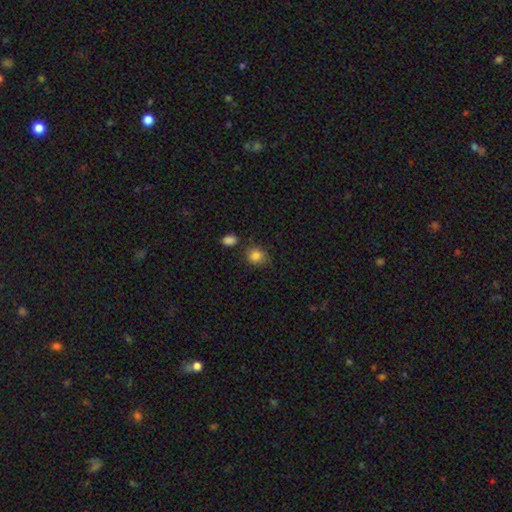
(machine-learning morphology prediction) A smooth galaxy with no disk features (85%) that is round (69%).

Vote fractions:
- Smooth or featured? smooth: 85% / star or artifact: 10% / featured or disk: 5%
- How rounded? round: 69% / in between: 30% / cigar-shaped: 1%
- Merging? none: 73% / minor disturbance: 17% / merger: 6% / major disturbance: 4%